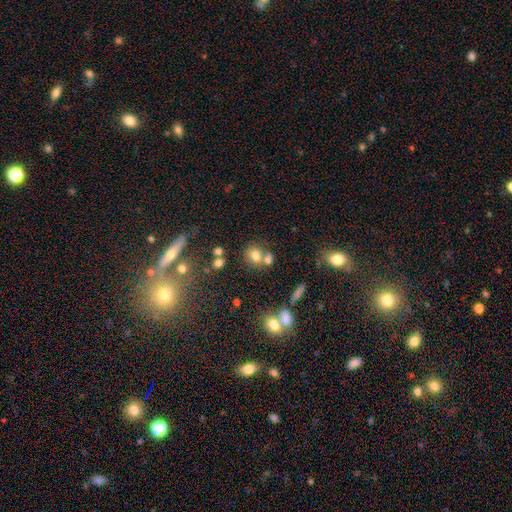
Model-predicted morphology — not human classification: type=smooth (74%); roundness=round (70%); merging=none (49%).